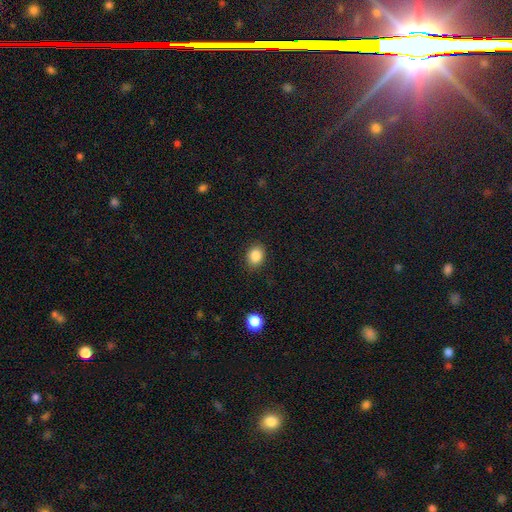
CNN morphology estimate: A smooth galaxy with no disk features (86%) that is in between round and cigar-shaped (53%).

Vote fractions:
- Smooth or featured? smooth: 86% / star or artifact: 9% / featured or disk: 4%
- How rounded? in between: 53% / round: 46% / cigar-shaped: 1%
- Merging? none: 87% / minor disturbance: 10% / major disturbance: 3% / merger: 1%